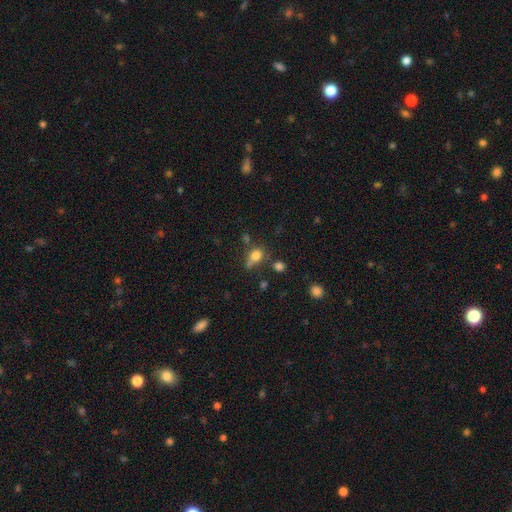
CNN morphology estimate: Smooth or featured? smooth (76%)
How rounded? round (54%)
Merging? none (46%)